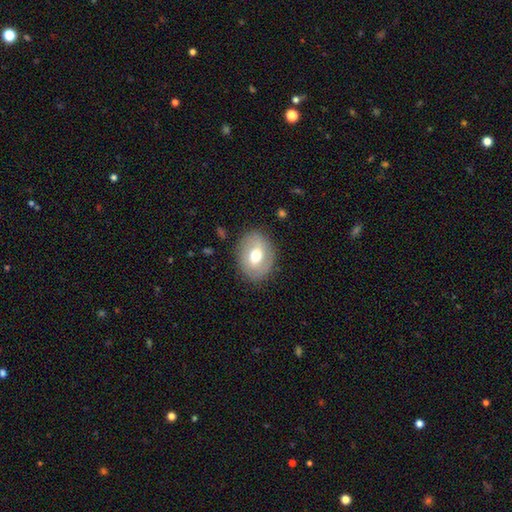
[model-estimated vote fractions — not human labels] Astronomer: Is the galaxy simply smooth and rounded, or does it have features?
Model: smooth — 53% (runner-up: featured or disk, 39%).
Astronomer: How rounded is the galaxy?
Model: in between — 57% (runner-up: round, 42%).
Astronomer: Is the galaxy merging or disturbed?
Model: none — 83%.